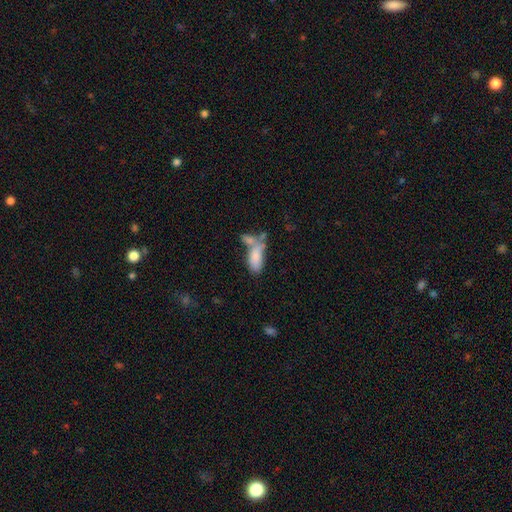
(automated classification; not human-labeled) smooth 77%, featured or disk 15%, star or artifact 8%. Down the decision tree: how rounded — in between (83%); merging — merger (45%).